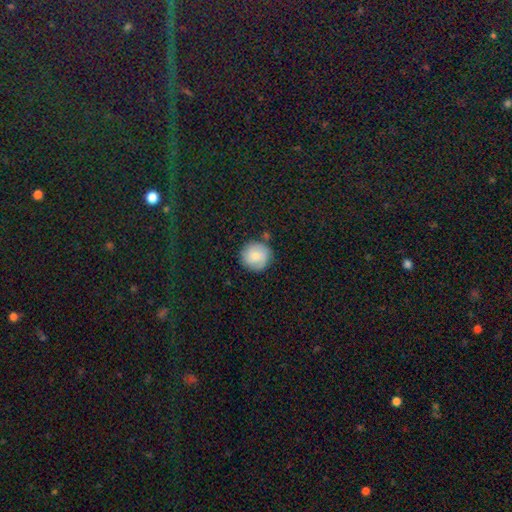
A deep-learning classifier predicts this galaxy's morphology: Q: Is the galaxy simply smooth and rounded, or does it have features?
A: smooth — 74%.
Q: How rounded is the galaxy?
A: round — 94%.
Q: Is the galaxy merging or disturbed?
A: none — 82%.